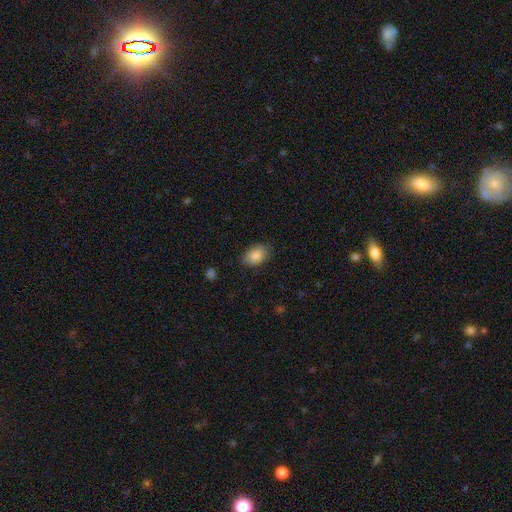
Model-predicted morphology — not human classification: Smooth or featured: smooth — 86% (star or artifact — 7%)
How rounded: in between — 86% (round — 13%)
Merging: none — 82% (minor disturbance — 14%)